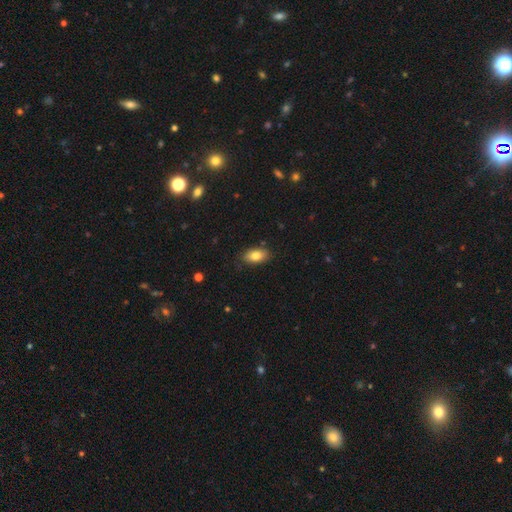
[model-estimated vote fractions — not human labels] Smooth or featured?
  - smooth: 81% *
  - featured or disk: 11%
  - star or artifact: 7%
How rounded?
  - in between: 91% *
  - round: 5%
  - cigar-shaped: 4%
Merging?
  - none: 82% *
  - minor disturbance: 14%
  - major disturbance: 3%
  - merger: 1%